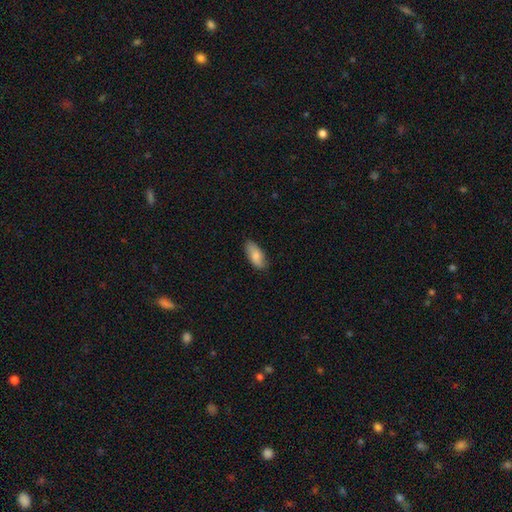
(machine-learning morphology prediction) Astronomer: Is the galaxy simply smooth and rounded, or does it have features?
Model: smooth — 82%.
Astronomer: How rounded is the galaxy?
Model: in between — 86%.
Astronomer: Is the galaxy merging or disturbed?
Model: none — 83%.